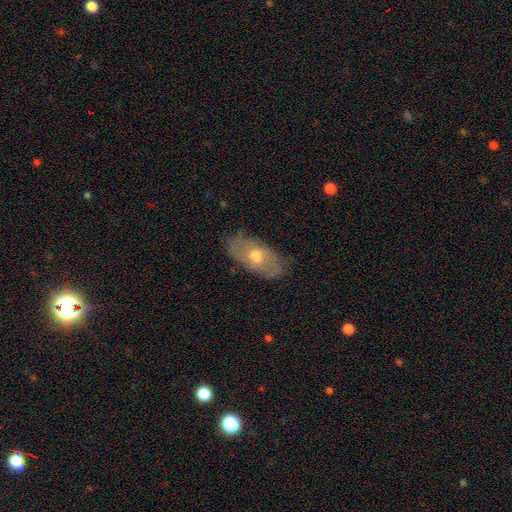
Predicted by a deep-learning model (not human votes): A featured or disk galaxy (48%).

Vote fractions:
- Smooth or featured? featured or disk: 48% / smooth: 44% / star or artifact: 8%
- Merging? none: 79% / minor disturbance: 16% / major disturbance: 4% / merger: 1%